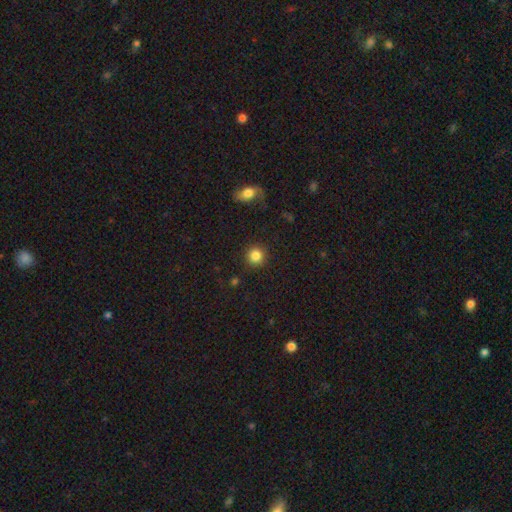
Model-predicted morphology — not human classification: Smooth or featured: smooth — 85% (star or artifact — 10%)
How rounded: round — 92% (in between — 7%)
Merging: none — 91% (minor disturbance — 6%)